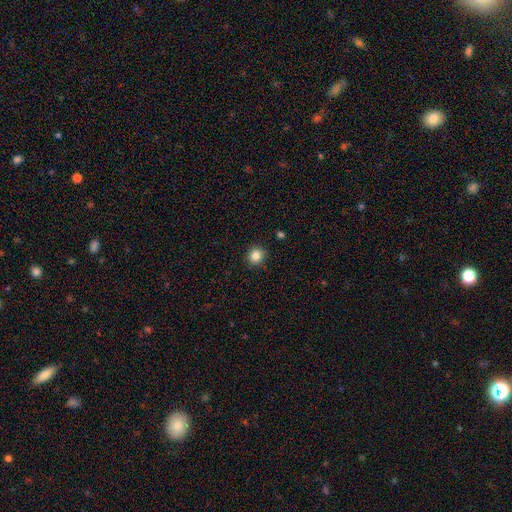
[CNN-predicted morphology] This is clearly a smooth galaxy (85%). How rounded: clearly round (85%). Merging: clearly none (90%).